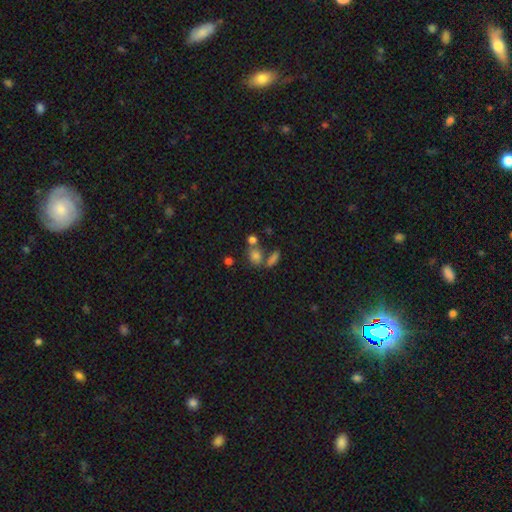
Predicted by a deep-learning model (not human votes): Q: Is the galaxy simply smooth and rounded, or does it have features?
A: smooth — 75%.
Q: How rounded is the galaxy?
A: in between — 54%.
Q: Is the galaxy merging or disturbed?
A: none — 50%.